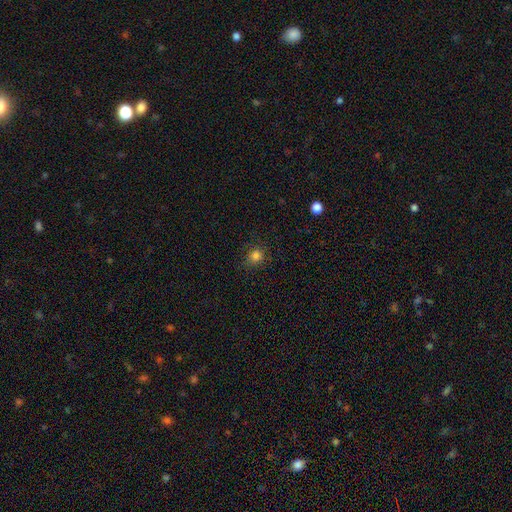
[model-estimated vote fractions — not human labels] The model was most divided on "how rounded": round: 83%, in between: 16%, cigar-shaped: 1%. More confident: merging — none (83%); smooth or featured — smooth (81%).